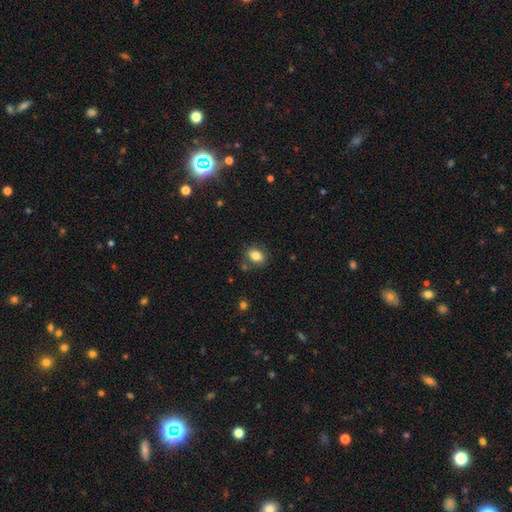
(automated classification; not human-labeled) The model was most divided on "how rounded": in between: 73%, round: 26%, cigar-shaped: 1%. More confident: smooth or featured — smooth (83%); merging — none (80%).